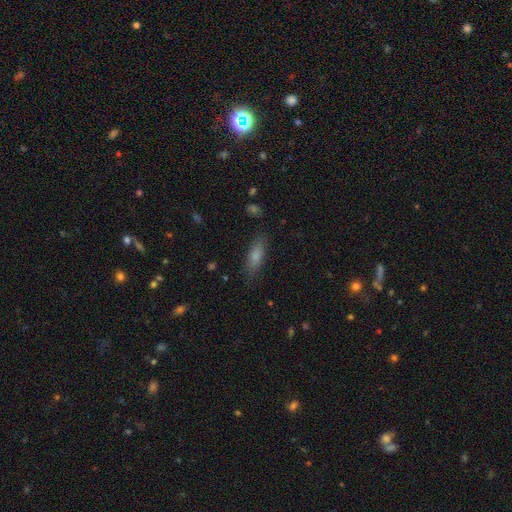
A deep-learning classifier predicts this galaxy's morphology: Smooth or featured: smooth — 78% (featured or disk — 13%)
How rounded: in between — 61% (cigar-shaped — 36%)
Merging: none — 81% (minor disturbance — 13%)